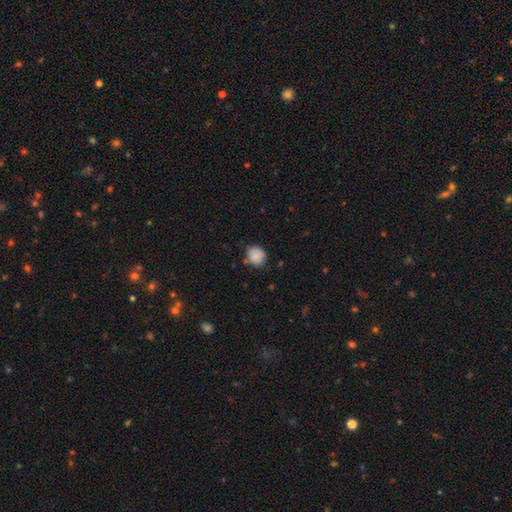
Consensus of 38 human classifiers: This is clearly a smooth galaxy (89%). How rounded: likely round (68%). Merging: likely none (78%).